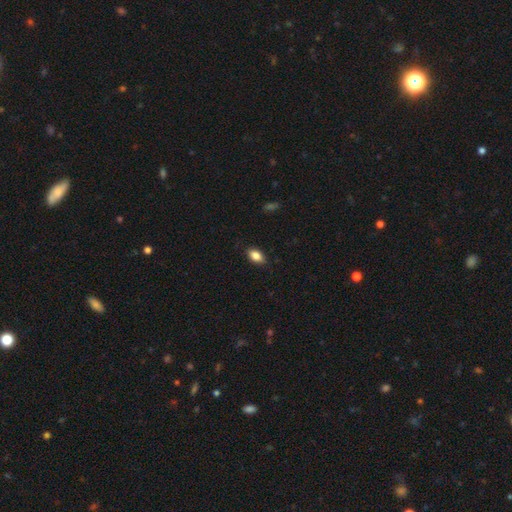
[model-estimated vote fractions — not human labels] Q: Smooth or featured?
A: smooth (84%); runner-up: featured or disk (8%)
Q: How rounded?
A: in between (88%); runner-up: round (9%)
Q: Merging?
A: none (84%); runner-up: minor disturbance (13%)